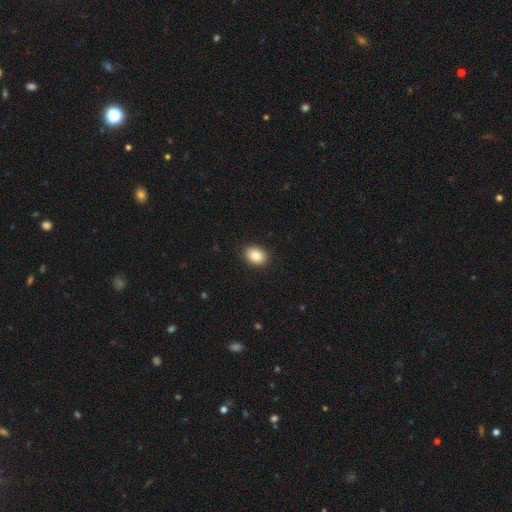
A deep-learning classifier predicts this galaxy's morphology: smooth 87%, star or artifact 8%, featured or disk 5%. Down the decision tree: how rounded — in between (70%); merging — none (90%).